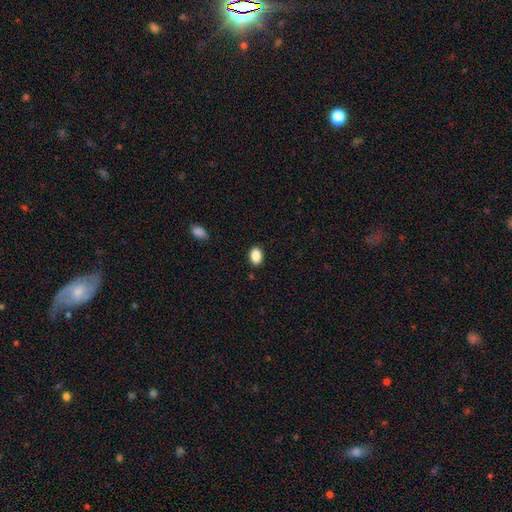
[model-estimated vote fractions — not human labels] smooth_or_featured: smooth (p=0.88) [alt: star or artifact p=0.08]
how_rounded: in between (p=0.80) [alt: round p=0.19]
merging: none (p=0.88) [alt: minor disturbance p=0.08]